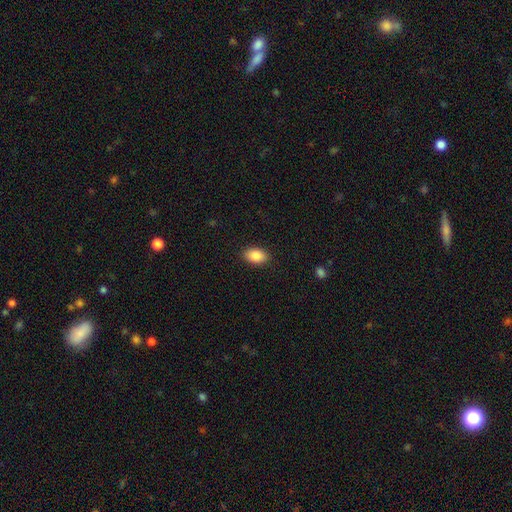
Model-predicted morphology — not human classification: Smooth or featured?
  - smooth: 87% *
  - star or artifact: 7%
  - featured or disk: 6%
How rounded?
  - in between: 90% *
  - round: 9%
  - cigar-shaped: 1%
Merging?
  - none: 89% *
  - minor disturbance: 8%
  - major disturbance: 2%
  - merger: 1%